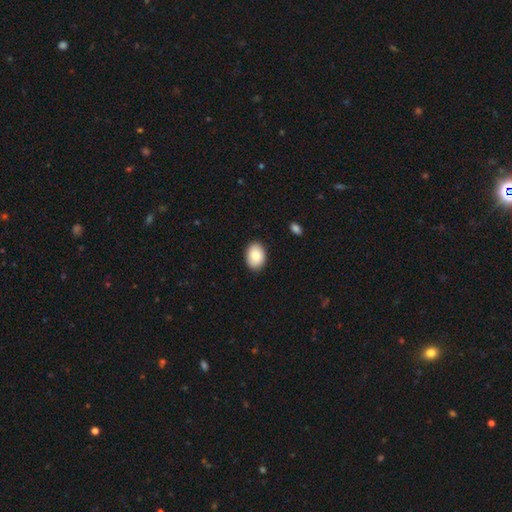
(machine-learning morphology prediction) type=smooth (81%); roundness=in between (79%); merging=none (89%).